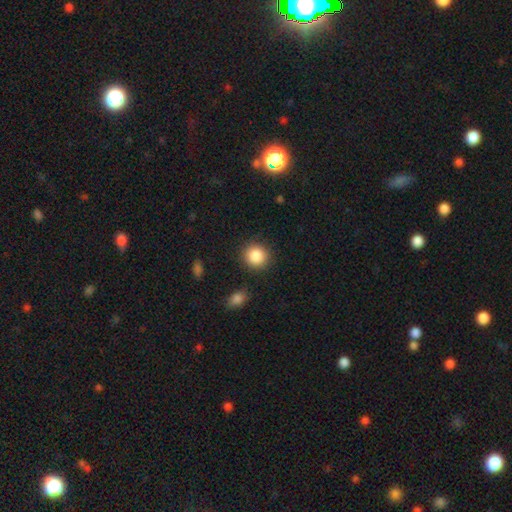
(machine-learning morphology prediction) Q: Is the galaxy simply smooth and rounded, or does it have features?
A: smooth — 87%.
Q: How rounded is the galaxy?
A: round — 90%.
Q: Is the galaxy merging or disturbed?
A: none — 88%.